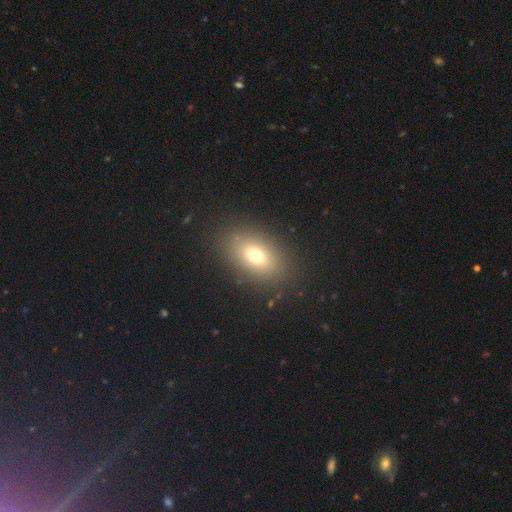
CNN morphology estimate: smooth 70%, featured or disk 16%, star or artifact 14%. Down the decision tree: how rounded — in between (81%); merging — none (86%).